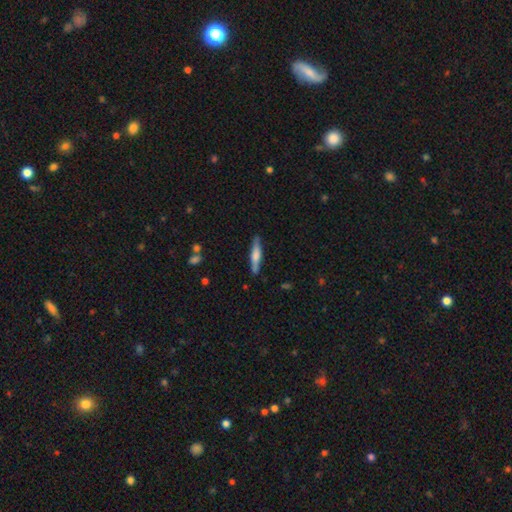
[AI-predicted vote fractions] Smooth or featured? Predicted: smooth (p=0.50). How rounded? Predicted: cigar-shaped (p=0.86). Merging? Predicted: none (p=0.85).